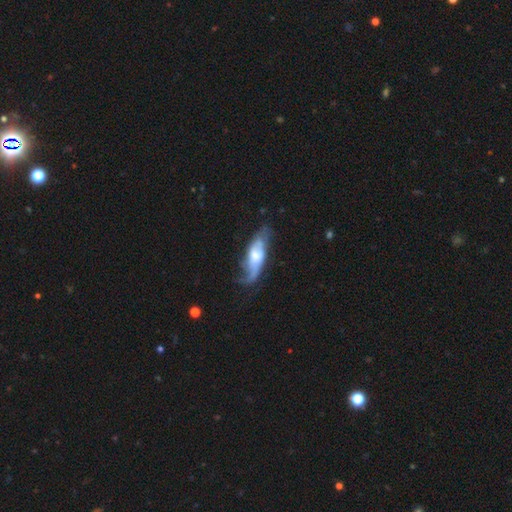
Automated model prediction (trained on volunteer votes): The model was most divided on "merging": none: 42%, minor disturbance: 29%, major disturbance: 25%, merger: 4%. More confident: edge-on disk — no (77%); smooth or featured — featured or disk (61%).